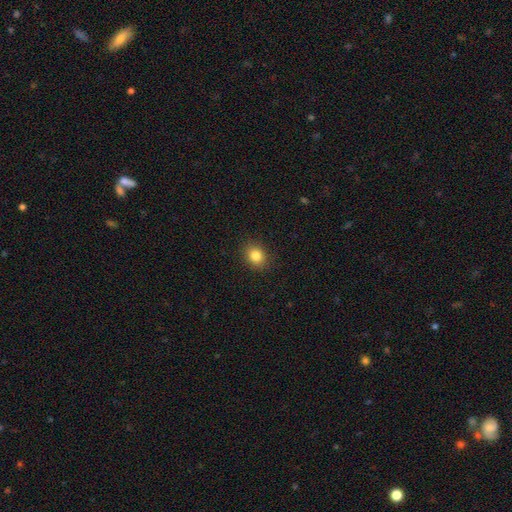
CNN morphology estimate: Smooth or featured?
  - smooth: 83% *
  - star or artifact: 11%
  - featured or disk: 6%
How rounded?
  - round: 58% *
  - in between: 41%
  - cigar-shaped: 1%
Merging?
  - none: 89% *
  - minor disturbance: 7%
  - major disturbance: 2%
  - merger: 1%